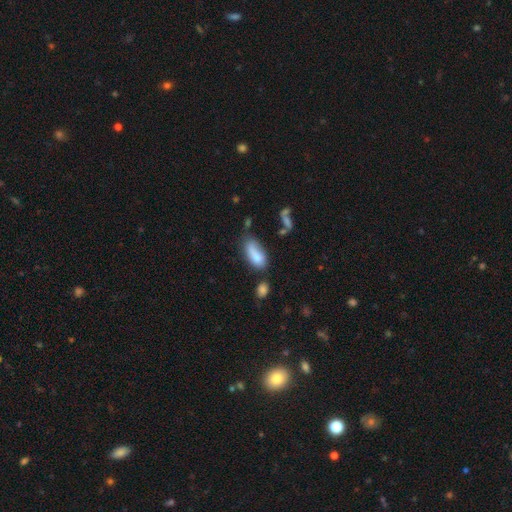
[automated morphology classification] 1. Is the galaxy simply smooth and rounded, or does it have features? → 78% smooth, 14% featured or disk, 8% star or artifact.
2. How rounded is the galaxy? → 85% in between, 12% cigar-shaped, 3% round.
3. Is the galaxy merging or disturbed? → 42% none, 29% minor disturbance, 16% merger, 14% major disturbance.